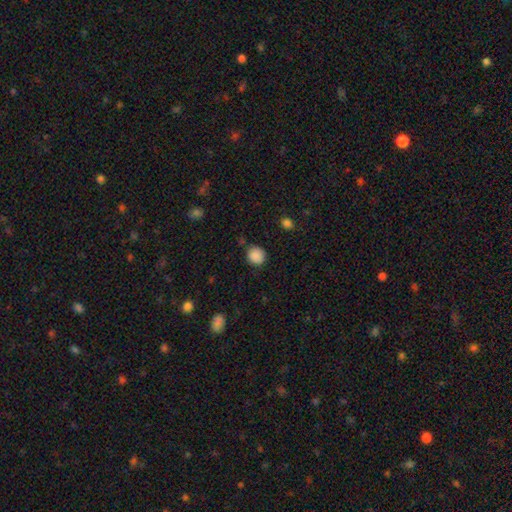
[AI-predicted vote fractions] A smooth galaxy with no disk features (88%) that is round (84%).

Vote fractions:
- Smooth or featured? smooth: 88% / star or artifact: 9% / featured or disk: 3%
- How rounded? round: 84% / in between: 15% / cigar-shaped: 1%
- Merging? none: 80% / minor disturbance: 13% / major disturbance: 3% / merger: 3%